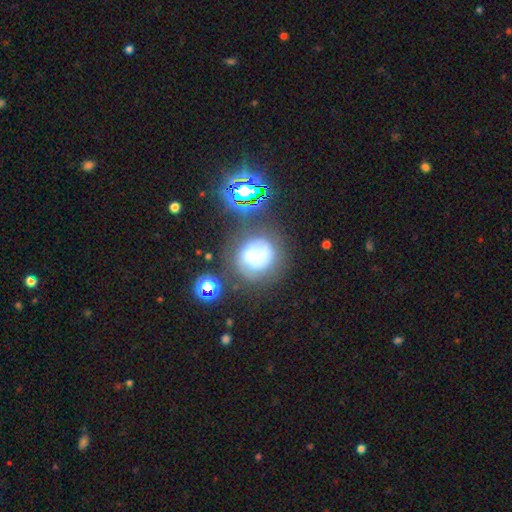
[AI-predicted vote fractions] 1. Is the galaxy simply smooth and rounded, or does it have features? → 53% smooth, 28% featured or disk, 19% star or artifact.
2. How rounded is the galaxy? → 81% round, 18% in between, 1% cigar-shaped.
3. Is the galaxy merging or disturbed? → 47% none, 23% minor disturbance, 20% major disturbance, 11% merger.